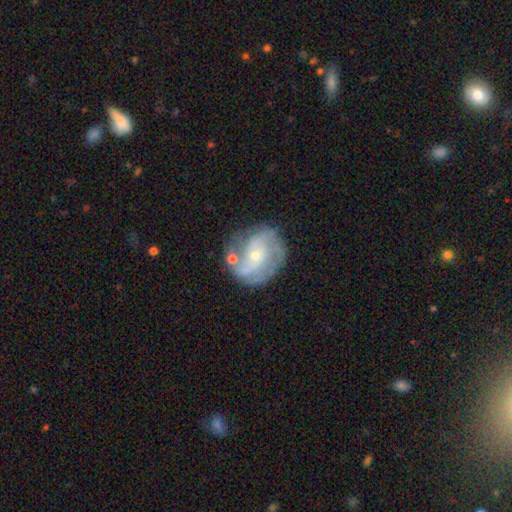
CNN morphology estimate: Smooth or featured? Predicted: featured or disk (p=0.78). Edge-on disk? Predicted: no (p=0.97). Bar? Predicted: no (p=0.64). Spiral arms? Predicted: yes (p=0.88). Spiral winding? Predicted: medium (p=0.42). Spiral arm count? Predicted: 2 (p=0.42). Bulge size? Predicted: small (p=0.69). Merging? Predicted: none (p=0.62).